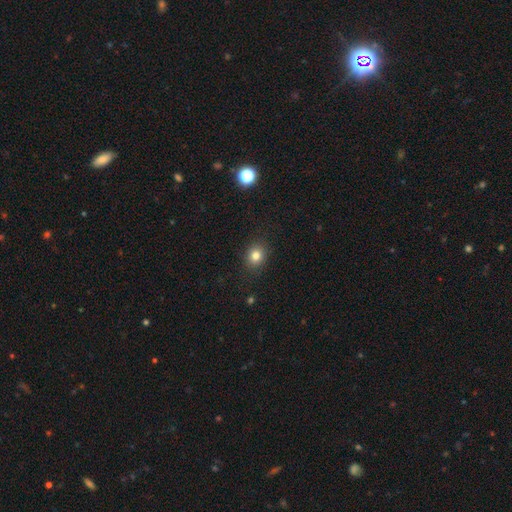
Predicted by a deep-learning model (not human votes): Smooth or featured? smooth (81%)
How rounded? round (62%)
Merging? none (88%)